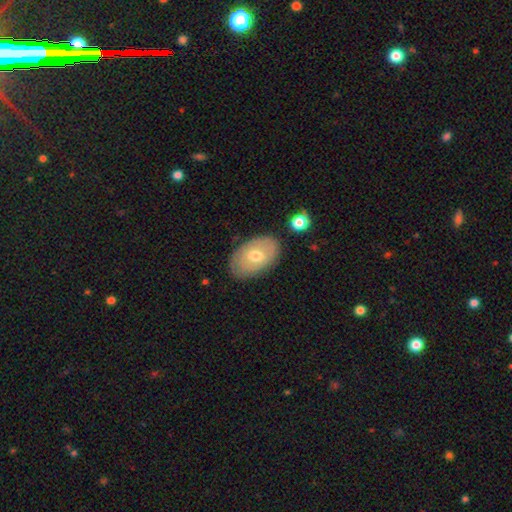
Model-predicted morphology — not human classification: Smooth or featured? smooth (59%)
How rounded? in between (90%)
Merging? none (82%)